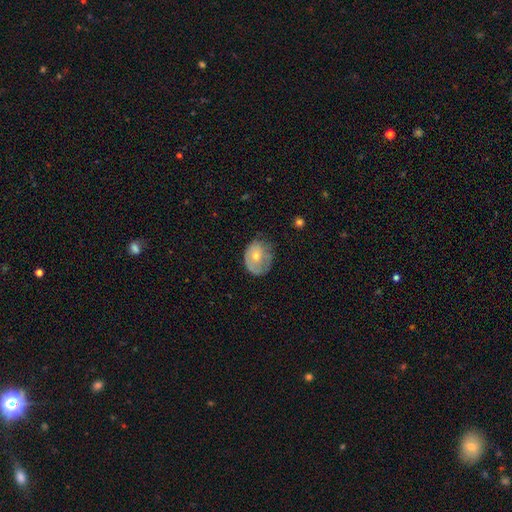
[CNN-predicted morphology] This appears to be a featured or disk galaxy (47%). Merging: none (54%).